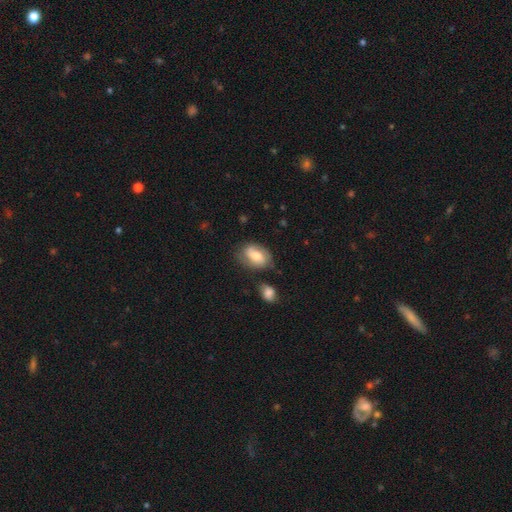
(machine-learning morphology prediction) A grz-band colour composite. It shows a smooth galaxy with no disk features (51%) that is in between round and cigar-shaped (81%). Merging: none (64%).